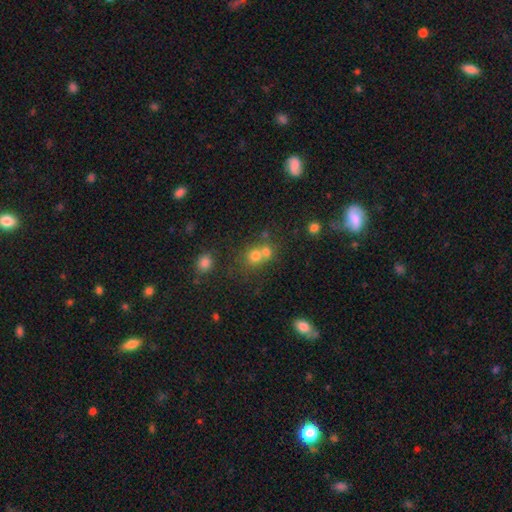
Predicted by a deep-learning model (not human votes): Smooth or featured? smooth (71%)
How rounded? round (80%)
Merging? merger (53%)